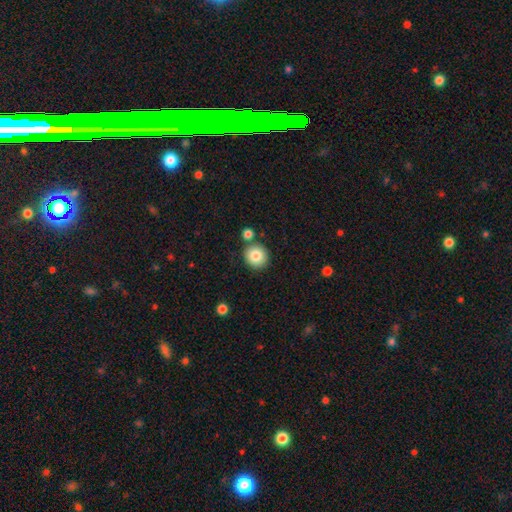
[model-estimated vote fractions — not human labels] Smooth or featured? smooth (83%)
How rounded? round (89%)
Merging? none (78%)